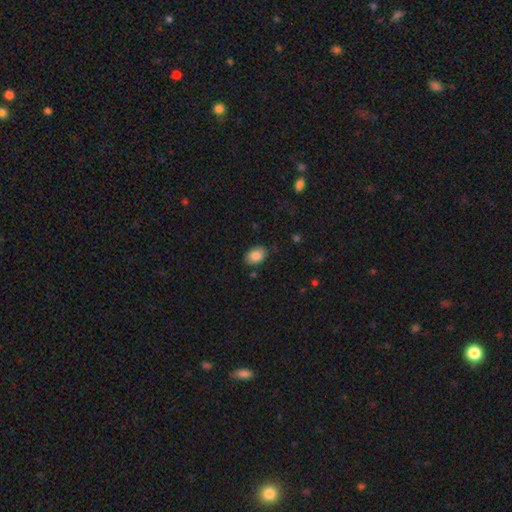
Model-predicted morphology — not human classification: Overall: smooth (85%). How rounded: in between (83%). Merging: none (82%).